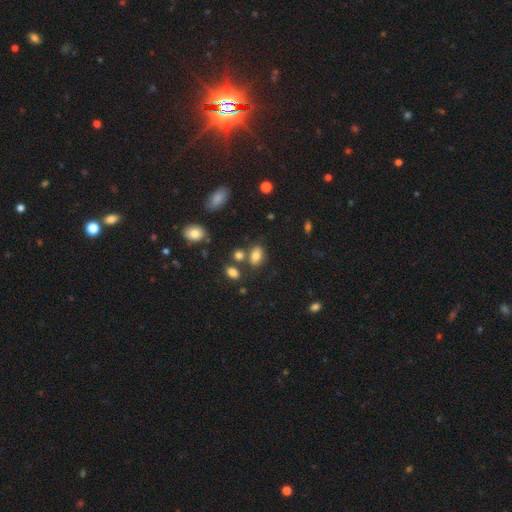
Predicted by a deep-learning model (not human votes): Smooth or featured? Predicted: smooth (p=0.79). How rounded? Predicted: in between (p=0.82). Merging? Predicted: none (p=0.68).